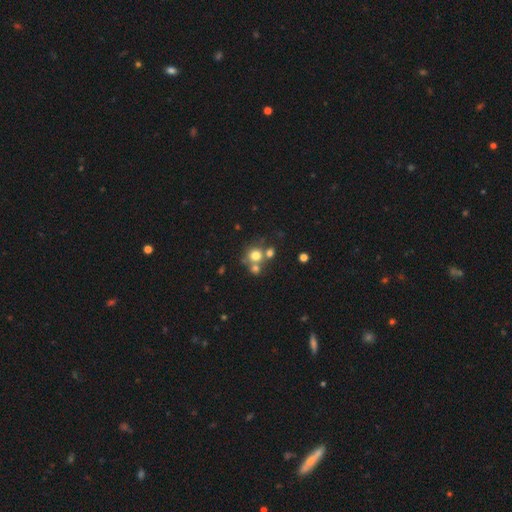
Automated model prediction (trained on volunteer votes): smooth_or_featured: smooth (p=0.71) [alt: star or artifact p=0.16]
how_rounded: round (p=0.86) [alt: in between p=0.13]
merging: none (p=0.52) [alt: merger p=0.35]